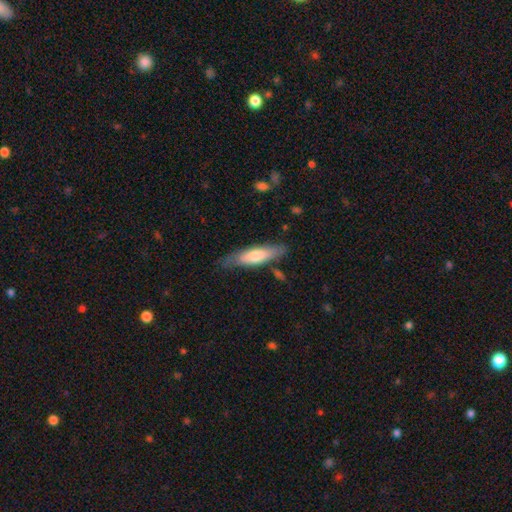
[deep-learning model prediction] A smooth galaxy with no disk features (62%) that is cigar-shaped (67%).

Vote fractions:
- Smooth or featured? smooth: 62% / featured or disk: 32% / star or artifact: 6%
- How rounded? cigar-shaped: 67% / in between: 31% / round: 1%
- Merging? none: 75% / minor disturbance: 19% / major disturbance: 4% / merger: 2%